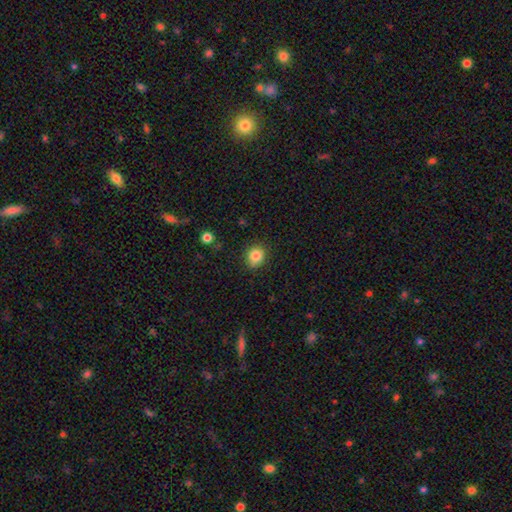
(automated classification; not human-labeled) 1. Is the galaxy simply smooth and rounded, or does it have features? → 84% smooth, 11% star or artifact, 6% featured or disk.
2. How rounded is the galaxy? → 78% round, 21% in between, 1% cigar-shaped.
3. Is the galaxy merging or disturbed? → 86% none, 11% minor disturbance, 2% major disturbance, 1% merger.